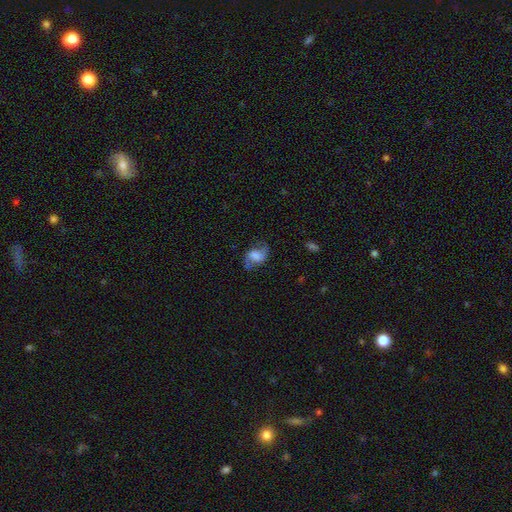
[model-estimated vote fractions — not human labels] Smooth or featured? featured or disk (55%)
Edge-on disk? no (96%)
Bar? no (44%)
Spiral arms? yes (86%)
Bulge size? large (30%)
Merging? none (62%)